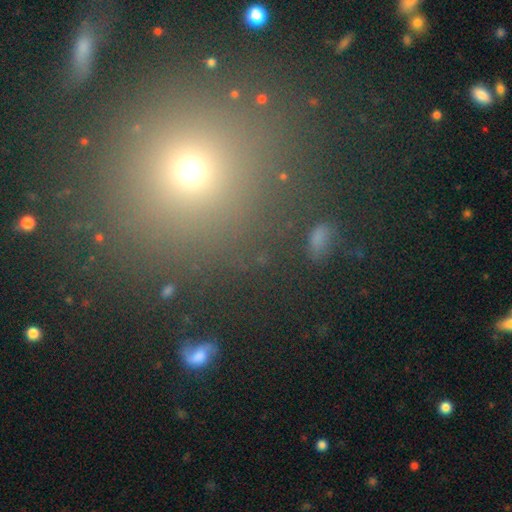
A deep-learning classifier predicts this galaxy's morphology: Q: Smooth or featured?
A: smooth (56%); runner-up: star or artifact (36%)
Q: How rounded?
A: round (91%); runner-up: in between (8%)
Q: Merging?
A: none (87%); runner-up: minor disturbance (6%)